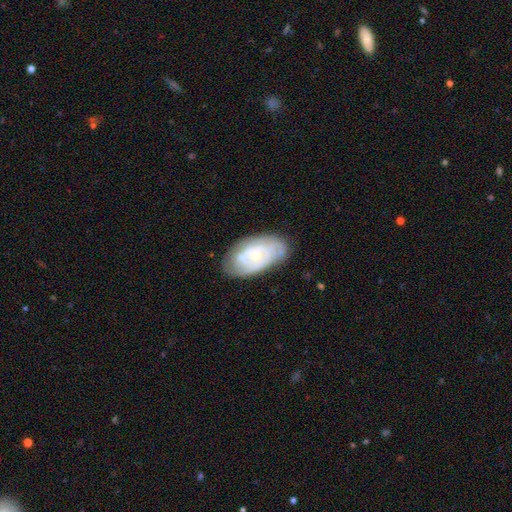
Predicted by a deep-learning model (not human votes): Q: Smooth or featured?
A: featured or disk (73%); runner-up: smooth (21%)
Q: Edge-on disk?
A: no (95%); runner-up: yes (5%)
Q: Bar?
A: no (78%); runner-up: weak (18%)
Q: Spiral arms?
A: yes (79%); runner-up: no (21%)
Q: Spiral winding?
A: tight (71%); runner-up: medium (22%)
Q: Spiral arm count?
A: can't tell (52%); runner-up: 2 (21%)
Q: Bulge size?
A: small (68%); runner-up: moderate (29%)
Q: Merging?
A: none (72%); runner-up: minor disturbance (20%)